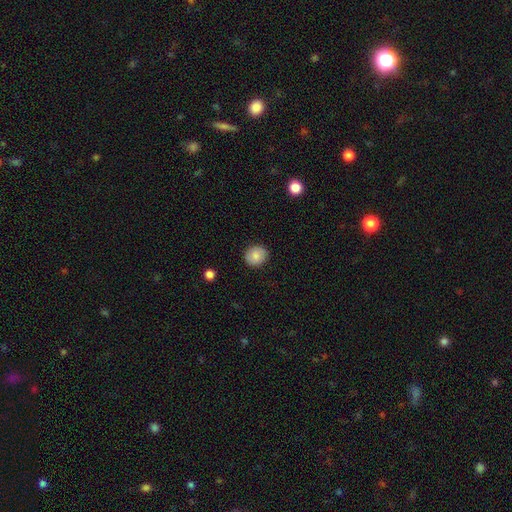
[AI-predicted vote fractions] smooth 81%, featured or disk 12%, star or artifact 8%. Down the decision tree: how rounded — round (80%); merging — none (89%).